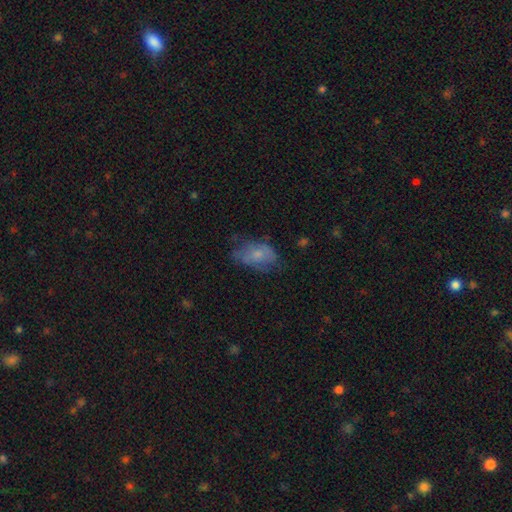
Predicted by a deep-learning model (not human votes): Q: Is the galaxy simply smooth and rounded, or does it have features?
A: smooth — 61%.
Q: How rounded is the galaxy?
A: in between — 88%.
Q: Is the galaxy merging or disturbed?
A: none — 52%.